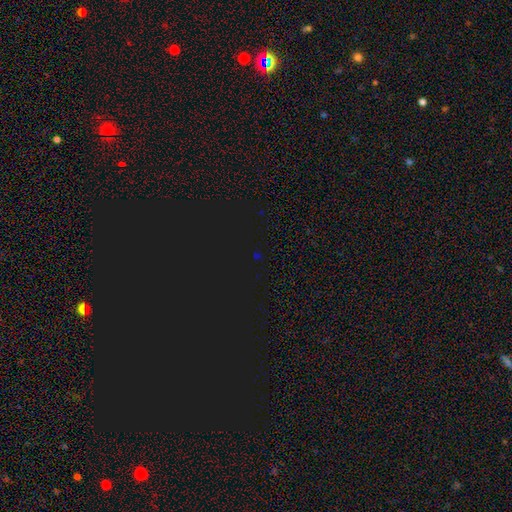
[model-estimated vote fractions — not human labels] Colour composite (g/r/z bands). It shows a star or artifact, not a galaxy (75%).